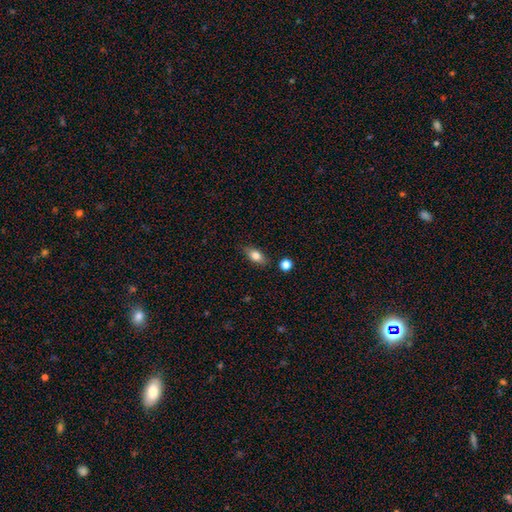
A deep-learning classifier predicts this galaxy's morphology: Smooth or featured? Predicted: smooth (p=0.76). How rounded? Predicted: in between (p=0.81). Merging? Predicted: none (p=0.81).